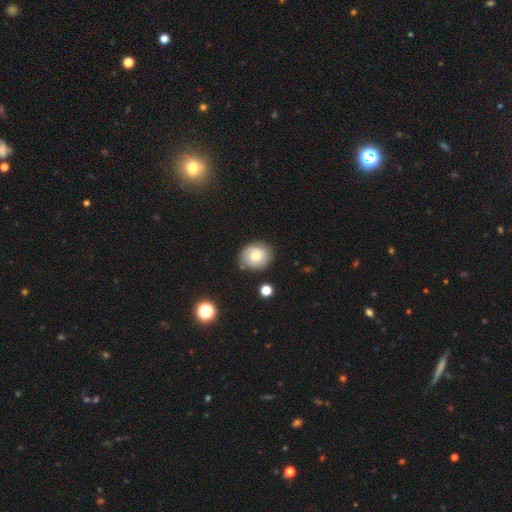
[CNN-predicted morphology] This is likely a smooth galaxy (75%). How rounded: likely round (75%). Merging: likely none (79%).